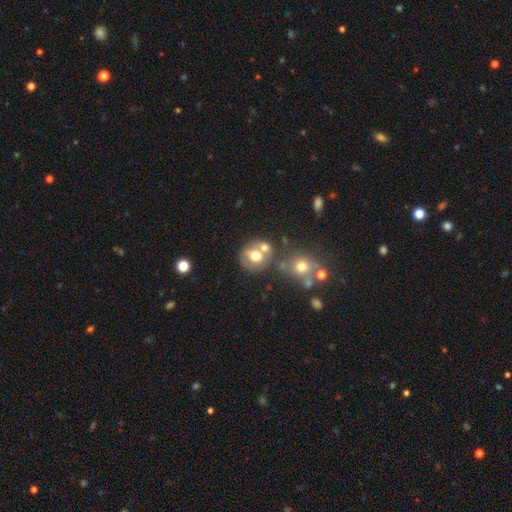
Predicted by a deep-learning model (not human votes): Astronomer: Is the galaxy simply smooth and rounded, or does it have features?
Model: smooth — 64%.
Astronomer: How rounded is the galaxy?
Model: round — 78%.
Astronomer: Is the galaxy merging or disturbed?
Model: none — 47% (runner-up: merger, 36%).